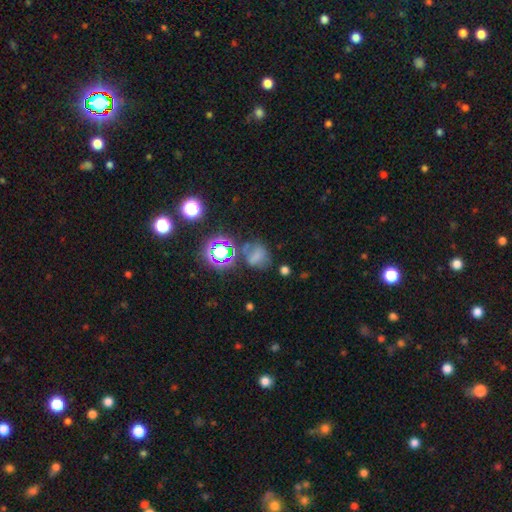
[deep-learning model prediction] Smooth or featured? smooth (54%)
How rounded? round (57%)
Merging? none (53%)